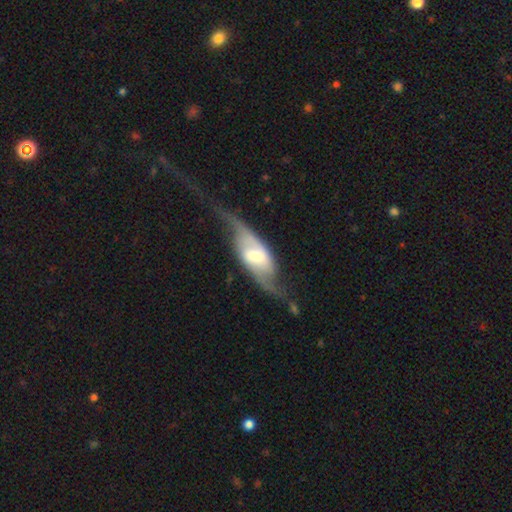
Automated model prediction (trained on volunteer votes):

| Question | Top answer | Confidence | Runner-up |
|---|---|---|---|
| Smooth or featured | featured or disk | 79% | smooth (16%) |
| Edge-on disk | no | 85% | yes (15%) |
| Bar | weak | 42% | strong (37%) |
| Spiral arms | yes | 90% | no (10%) |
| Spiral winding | loose | 79% | medium (16%) |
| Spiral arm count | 2 | 91% | can't tell (4%) |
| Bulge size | moderate | 41% | large (25%) |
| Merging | none | 54% | minor disturbance (21%) |